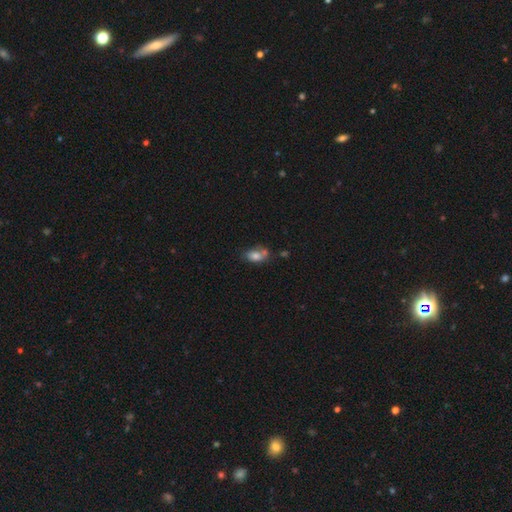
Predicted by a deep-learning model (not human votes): Q: Smooth or featured?
A: smooth (74%); runner-up: featured or disk (16%)
Q: How rounded?
A: in between (83%); runner-up: round (14%)
Q: Merging?
A: none (39%); runner-up: merger (31%)